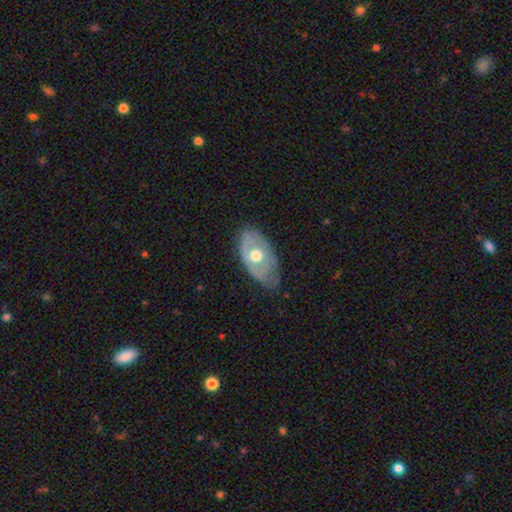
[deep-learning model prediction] smooth-or-featured: featured or disk: 53% | smooth: 42% | star or artifact: 5%
  disk-edge-on: no: 87% | yes: 13%
  merging: none: 59% | minor disturbance: 30% | major disturbance: 9% | merger: 1%